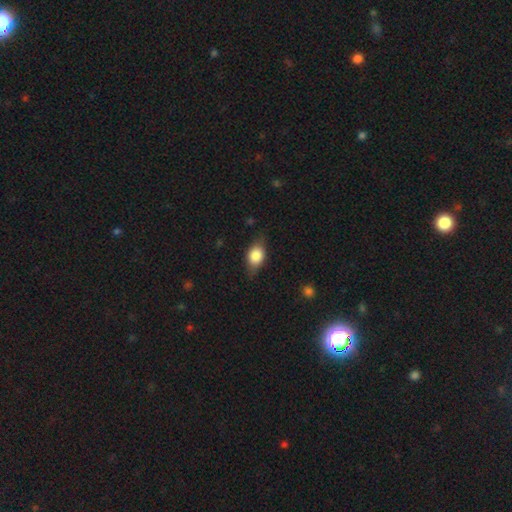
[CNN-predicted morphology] Overall: smooth (79%). How rounded: in between (77%). Merging: none (74%).